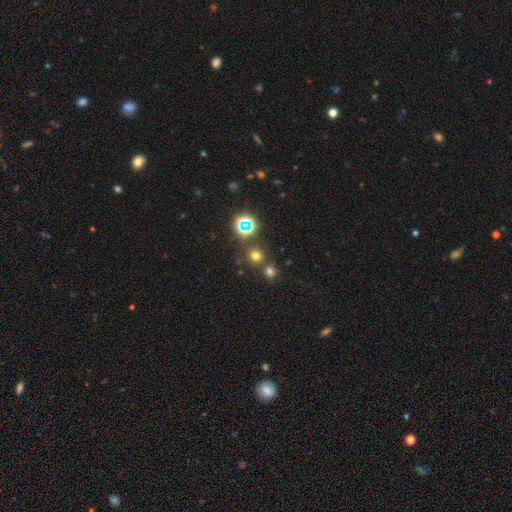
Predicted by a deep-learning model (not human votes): smooth_or_featured: smooth (p=0.63) [alt: star or artifact p=0.30]
how_rounded: round (p=0.91) [alt: in between p=0.08]
merging: none (p=0.74) [alt: merger p=0.16]